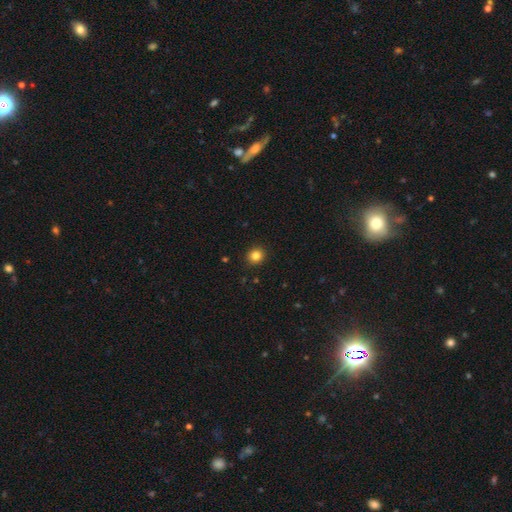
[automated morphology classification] Overall: smooth (84%). How rounded: round (86%). Merging: none (92%).